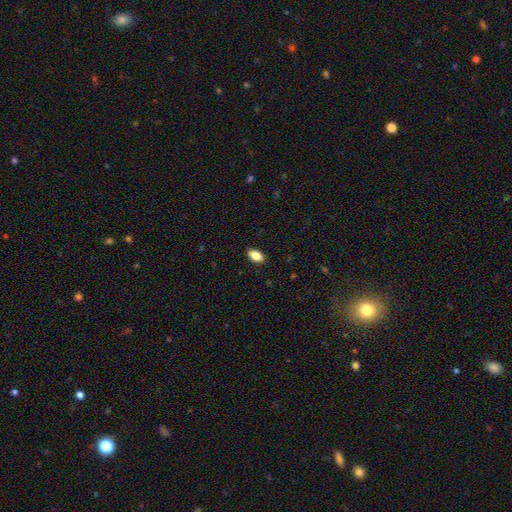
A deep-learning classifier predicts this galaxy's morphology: Smooth or featured? smooth (85%)
How rounded? in between (91%)
Merging? none (89%)